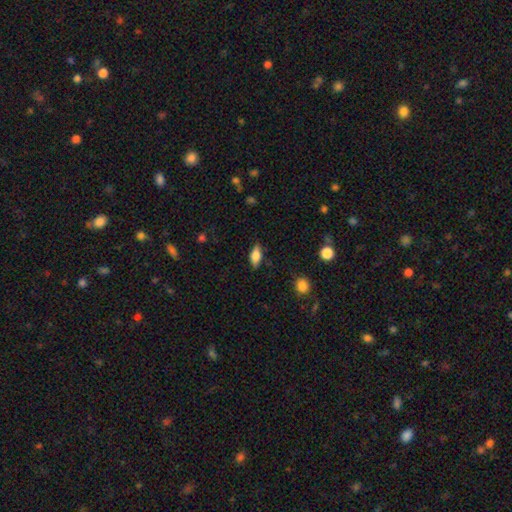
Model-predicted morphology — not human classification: Smooth or featured? smooth (70%)
How rounded? in between (82%)
Merging? none (84%)